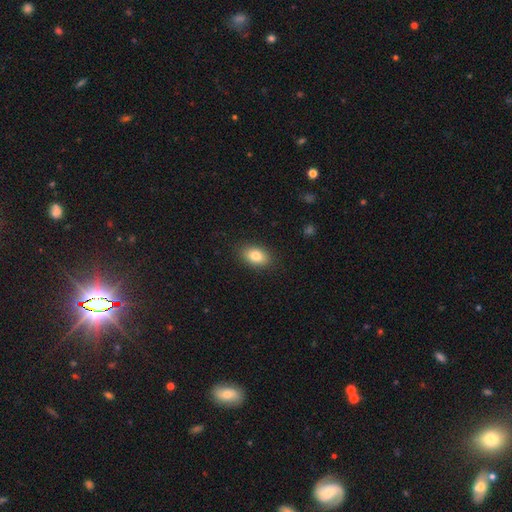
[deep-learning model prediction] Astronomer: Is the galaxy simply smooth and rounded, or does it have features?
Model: smooth — 81%.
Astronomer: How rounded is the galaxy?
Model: in between — 86%.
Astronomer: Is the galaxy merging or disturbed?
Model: none — 88%.